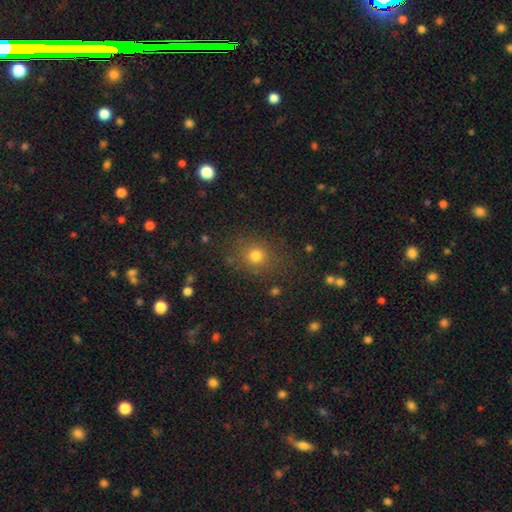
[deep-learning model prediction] Overall: smooth (76%). How rounded: round (81%). Merging: none (81%).